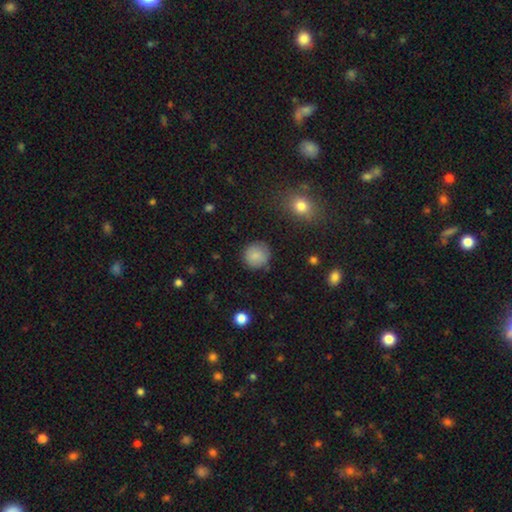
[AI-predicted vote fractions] The model was most divided on "merging": none: 83%, minor disturbance: 12%, major disturbance: 3%, merger: 2%. More confident: how rounded — round (92%); smooth or featured — smooth (84%).